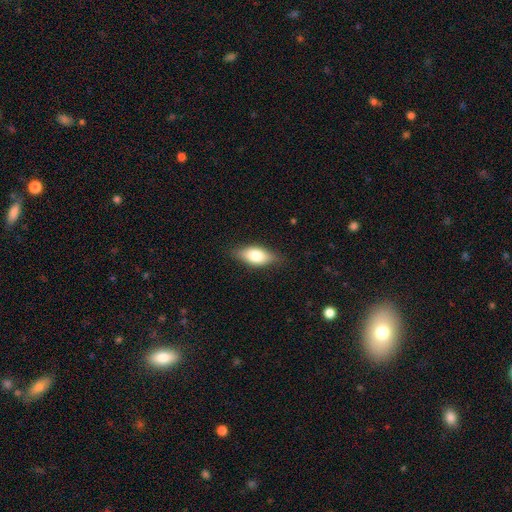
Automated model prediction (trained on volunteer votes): Smooth or featured? smooth (75%)
How rounded? in between (85%)
Merging? none (80%)